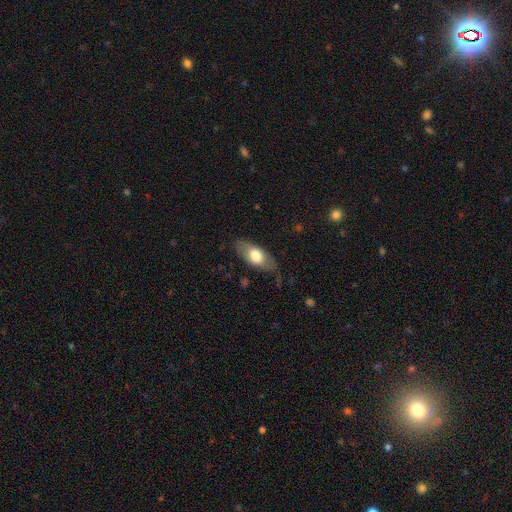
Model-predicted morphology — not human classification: Smooth or featured? smooth (65%)
How rounded? in between (86%)
Merging? none (73%)